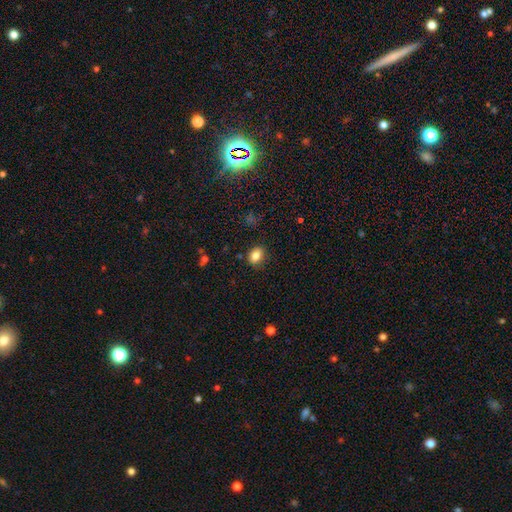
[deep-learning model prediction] A smooth galaxy with no disk features (84%) that is in between round and cigar-shaped (68%). Merging: none (82%).